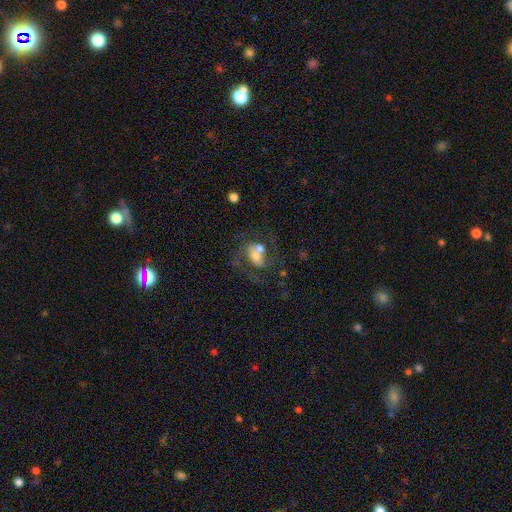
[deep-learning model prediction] Overall: featured or disk (52%; smooth 38%). Edge-on disk: no (96%). Merging: merger (44%; none 28%).